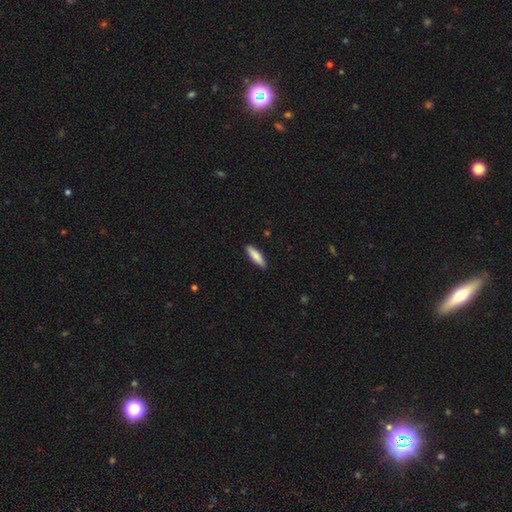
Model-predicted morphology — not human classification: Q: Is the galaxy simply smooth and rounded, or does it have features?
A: smooth — 85%.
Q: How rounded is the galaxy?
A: cigar-shaped — 65%.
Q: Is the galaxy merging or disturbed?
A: none — 90%.